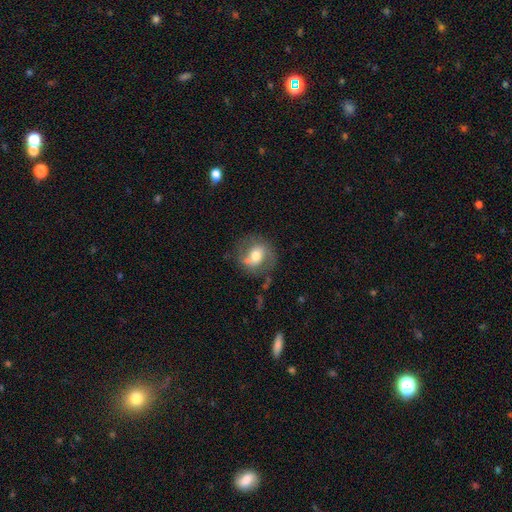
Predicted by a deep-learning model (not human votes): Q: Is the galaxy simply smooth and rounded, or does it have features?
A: featured or disk — 54%.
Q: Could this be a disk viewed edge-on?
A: no — 96%.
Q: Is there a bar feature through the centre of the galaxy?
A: no — 42%.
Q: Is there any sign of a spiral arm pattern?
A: yes — 75%.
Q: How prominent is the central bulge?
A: moderate — 67%.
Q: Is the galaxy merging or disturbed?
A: none — 68%.